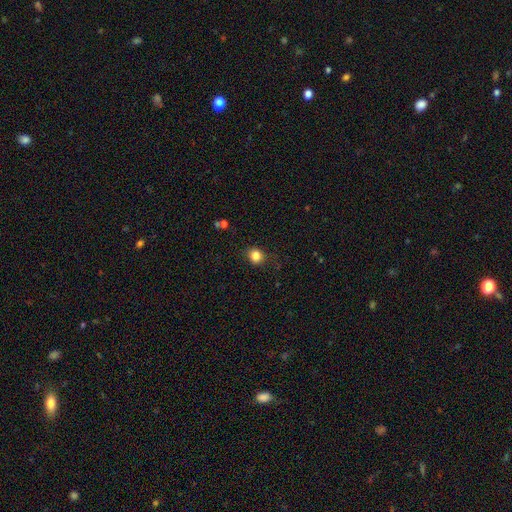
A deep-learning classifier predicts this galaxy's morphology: Smooth or featured? smooth (83%)
How rounded? round (78%)
Merging? none (83%)